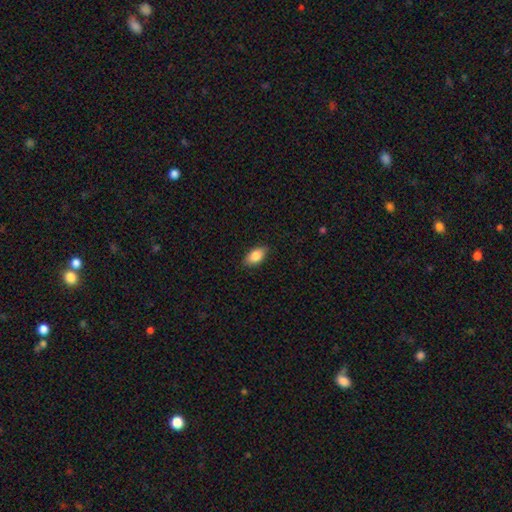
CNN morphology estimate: Smooth or featured? Predicted: smooth (p=0.84). How rounded? Predicted: in between (p=0.90). Merging? Predicted: none (p=0.86).